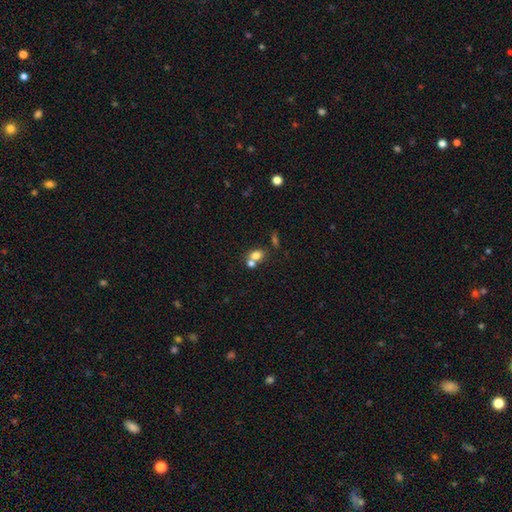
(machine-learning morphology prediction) smooth-or-featured: smooth: 75% | featured or disk: 13% | star or artifact: 12%
  how-rounded: round: 51% | in between: 47% | cigar-shaped: 1%
  merging: merger: 48% | none: 40% | minor disturbance: 8% | major disturbance: 4%